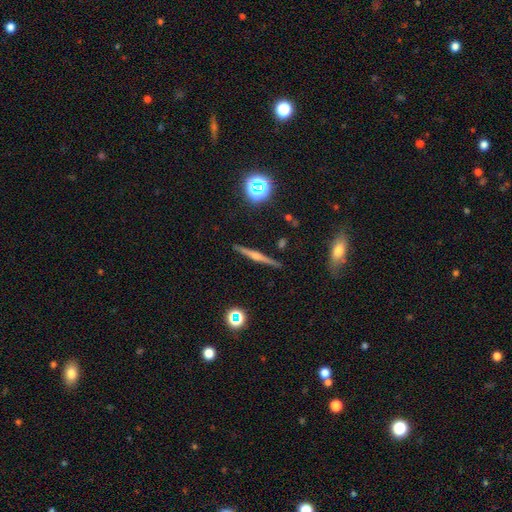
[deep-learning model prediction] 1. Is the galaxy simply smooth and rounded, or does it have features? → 72% featured or disk, 19% smooth, 10% star or artifact.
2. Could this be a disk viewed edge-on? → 98% yes, 2% no.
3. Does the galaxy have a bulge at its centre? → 81% rounded, 10% boxy, 9% none.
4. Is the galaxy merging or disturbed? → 91% none, 6% minor disturbance, 1% major disturbance, 1% merger.